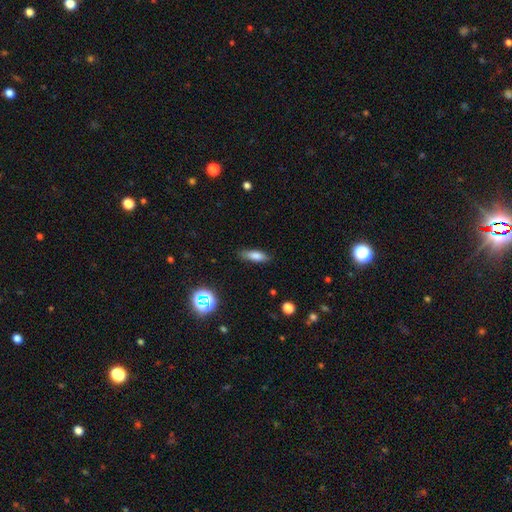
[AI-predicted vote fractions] smooth 77%, featured or disk 13%, star or artifact 10%. Down the decision tree: how rounded — in between (58%); merging — none (83%).